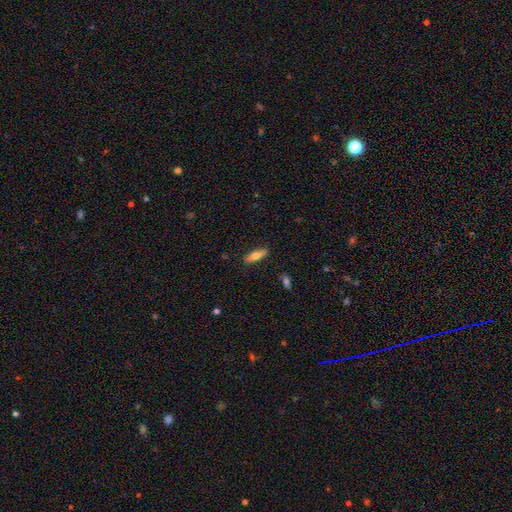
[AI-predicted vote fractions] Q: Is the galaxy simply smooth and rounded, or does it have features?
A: smooth — 67%.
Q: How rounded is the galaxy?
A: cigar-shaped — 52%.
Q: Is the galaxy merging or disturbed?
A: none — 86%.